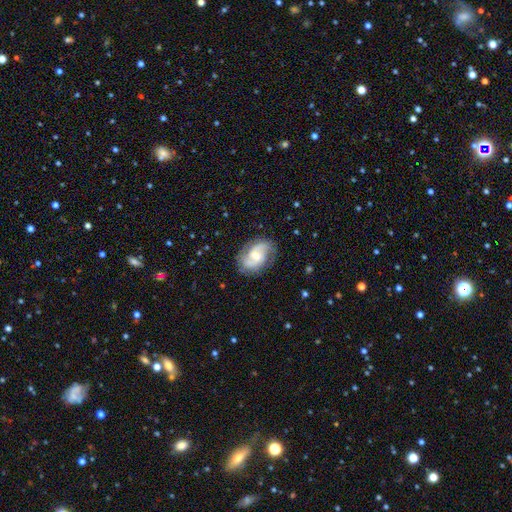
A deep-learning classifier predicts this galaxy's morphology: smooth-or-featured: featured or disk: 81% | smooth: 13% | star or artifact: 6%
  disk-edge-on: no: 97% | yes: 3%
    bar: weak: 51% | no: 37% | strong: 12%
    has-spiral-arms: yes: 95% | no: 5%
      spiral-winding: medium: 49% | loose: 29% | tight: 22%
      spiral-arm-count: 2: 86% | can't tell: 6% | 3: 3% | 1: 3% | 4: 1% | more than 4: 1%
    bulge-size: moderate: 49% | small: 42% | large: 5% | none: 4% | dominant: 1%
  merging: none: 77% | minor disturbance: 16% | major disturbance: 6% | merger: 1%